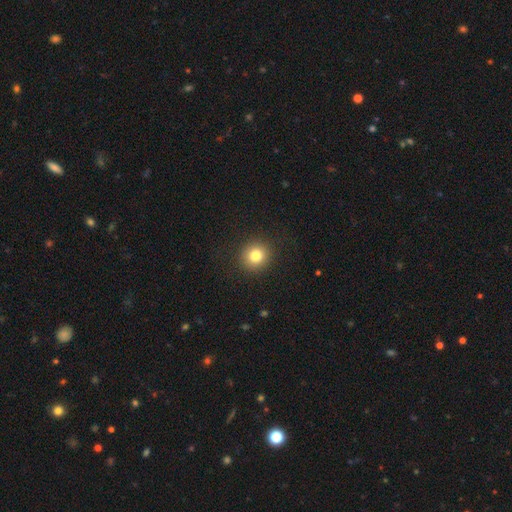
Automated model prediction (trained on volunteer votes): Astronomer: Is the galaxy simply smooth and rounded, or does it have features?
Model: smooth — 81%.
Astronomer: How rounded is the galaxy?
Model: round — 88%.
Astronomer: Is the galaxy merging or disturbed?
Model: none — 91%.